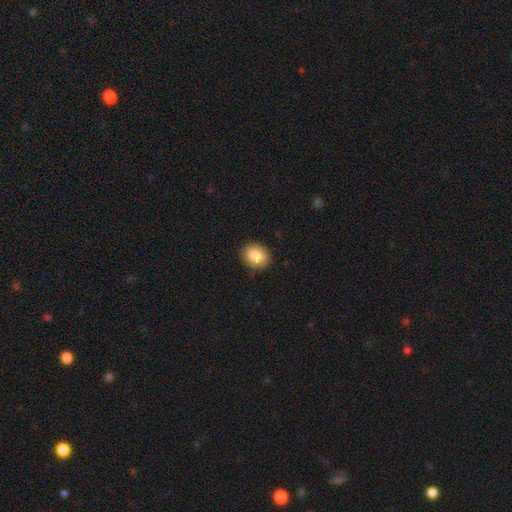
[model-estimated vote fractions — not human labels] This appears to be a smooth galaxy with no disk features (86%) that is in between round and cigar-shaped (58%). Merging: none (89%).